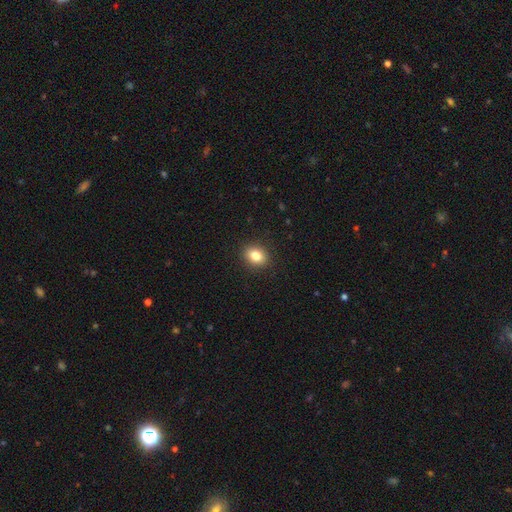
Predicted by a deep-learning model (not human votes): A smooth galaxy with no disk features (83%) that is round (50%).

Vote fractions:
- Smooth or featured? smooth: 83% / star or artifact: 10% / featured or disk: 7%
- How rounded? round: 50% / in between: 49% / cigar-shaped: 1%
- Merging? none: 90% / minor disturbance: 7% / major disturbance: 2% / merger: 1%